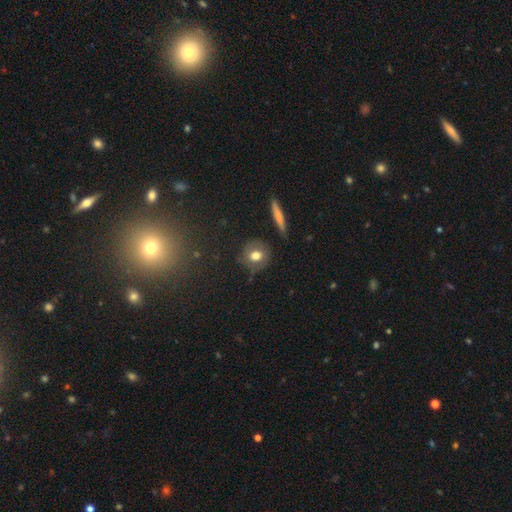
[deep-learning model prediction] Morphology: type=smooth (71%); roundness=round (73%); merging=none (73%).